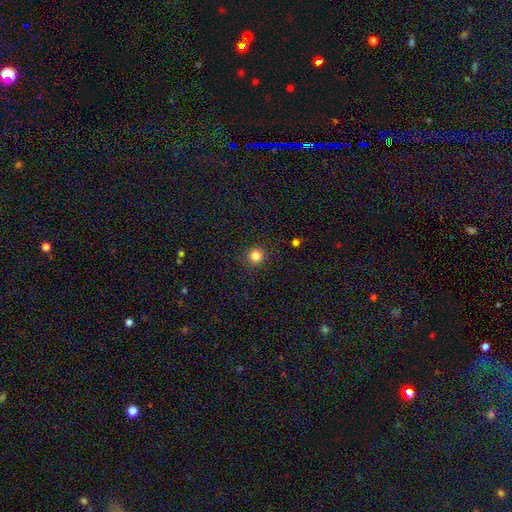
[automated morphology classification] smooth-or-featured: smooth: 83% | star or artifact: 12% | featured or disk: 4%
  how-rounded: round: 94% | in between: 5% | cigar-shaped: 1%
  merging: none: 91% | minor disturbance: 6% | major disturbance: 2% | merger: 1%